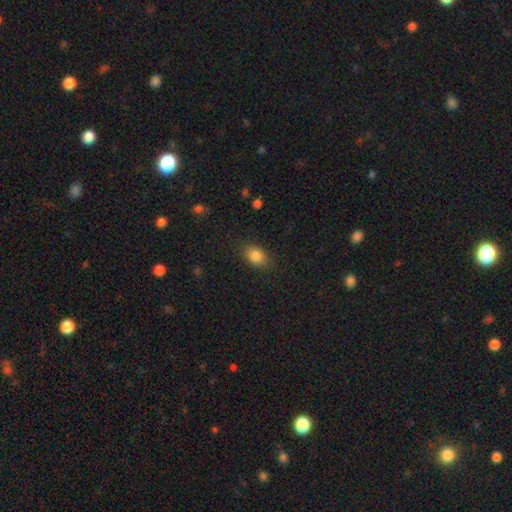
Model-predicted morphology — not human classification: The model was most divided on "how rounded": in between: 73%, round: 25%, cigar-shaped: 2%. More confident: smooth or featured — smooth (84%); merging — none (83%).